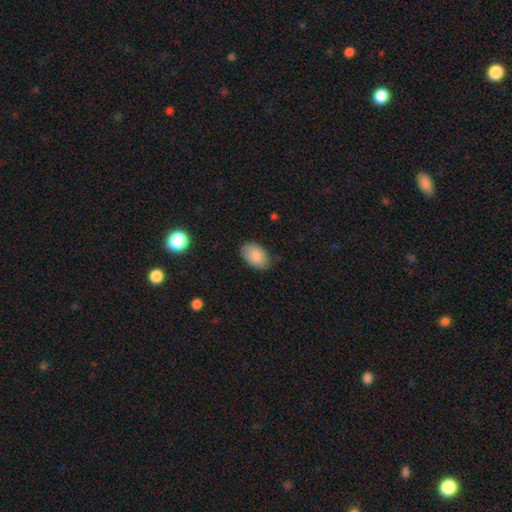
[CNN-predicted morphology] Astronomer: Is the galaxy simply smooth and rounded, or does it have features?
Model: smooth — 85%.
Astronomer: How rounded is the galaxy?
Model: in between — 91%.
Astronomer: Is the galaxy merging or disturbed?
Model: none — 81%.